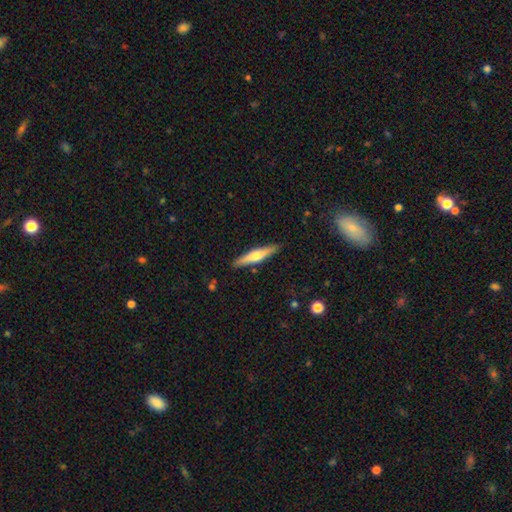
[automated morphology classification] featured or disk 50%, smooth 44%, star or artifact 5%. Down the decision tree: edge-on disk — yes (95%); merging — none (89%).